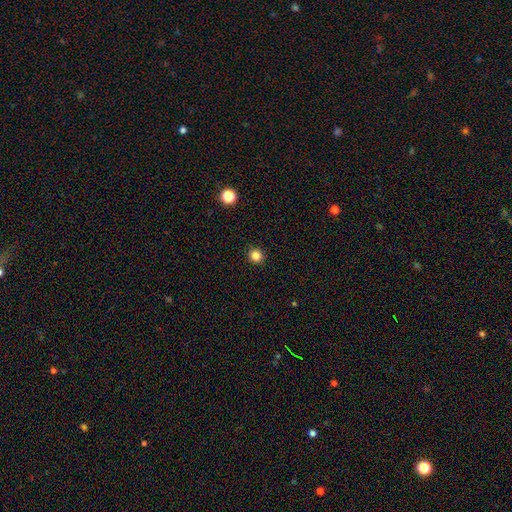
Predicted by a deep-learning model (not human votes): Smooth or featured: smooth — 84% (star or artifact — 12%)
How rounded: round — 87% (in between — 12%)
Merging: none — 91% (minor disturbance — 6%)